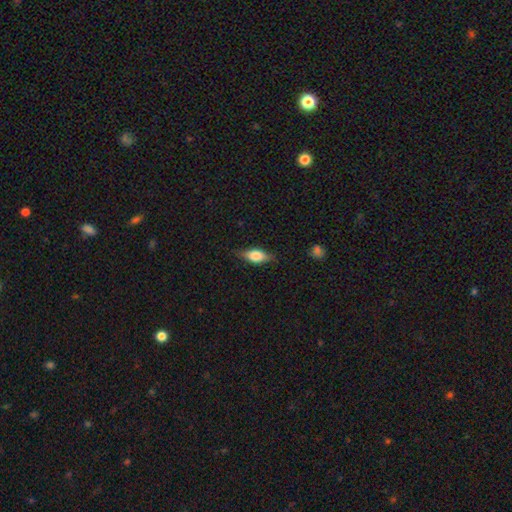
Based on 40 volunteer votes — This is likely a smooth galaxy (72%). How rounded: clearly in between (83%). Merging: likely none (76%).